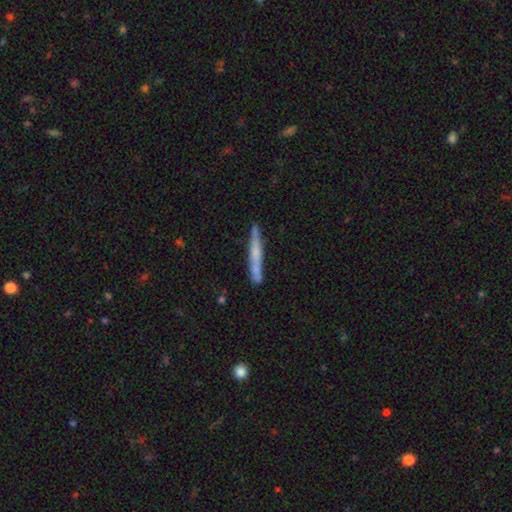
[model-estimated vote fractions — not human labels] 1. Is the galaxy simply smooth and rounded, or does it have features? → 50% smooth, 44% featured or disk, 7% star or artifact.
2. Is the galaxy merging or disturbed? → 81% none, 13% minor disturbance, 4% merger, 2% major disturbance.